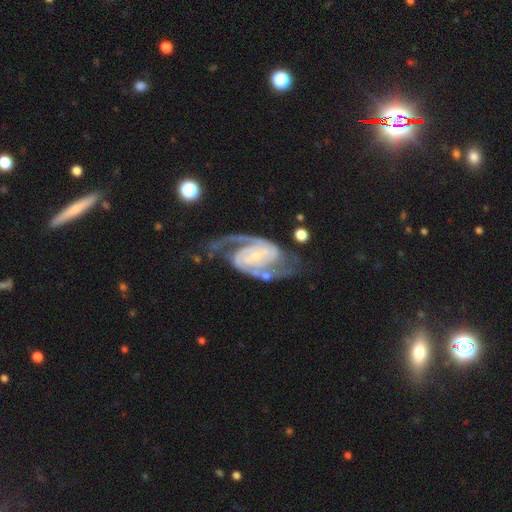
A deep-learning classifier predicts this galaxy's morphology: This is clearly a featured or disk galaxy (93%). It is clearly not viewed edge-on (98%). Bar: possibly no (46%). Spiral arm pattern: clearly yes (99%). Spiral arm count: clearly 2 (90%). Spiral winding: possibly medium (49%). Central bulge: likely small (77%). Merging: likely none (68%).